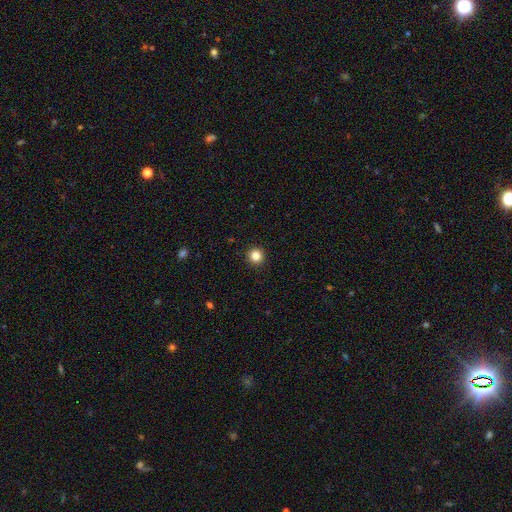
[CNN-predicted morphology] smooth_or_featured: smooth (p=0.85) [alt: star or artifact p=0.12]
how_rounded: round (p=0.95) [alt: in between p=0.04]
merging: none (p=0.93) [alt: minor disturbance p=0.04]